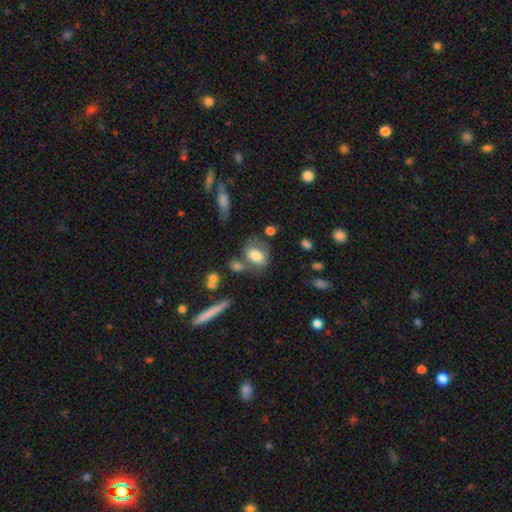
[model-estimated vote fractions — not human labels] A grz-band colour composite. It shows a smooth galaxy with no disk features (70%) that is in between round and cigar-shaped (75%). Merging: none (49%).